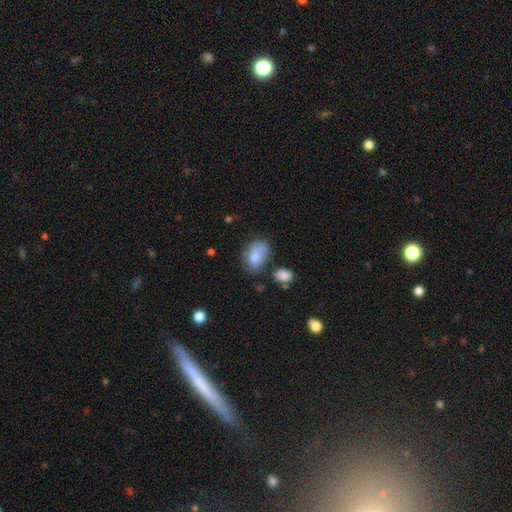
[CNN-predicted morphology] Overall: smooth (78%). How rounded: in between (84%). Merging: none (46%; minor disturbance 30%).